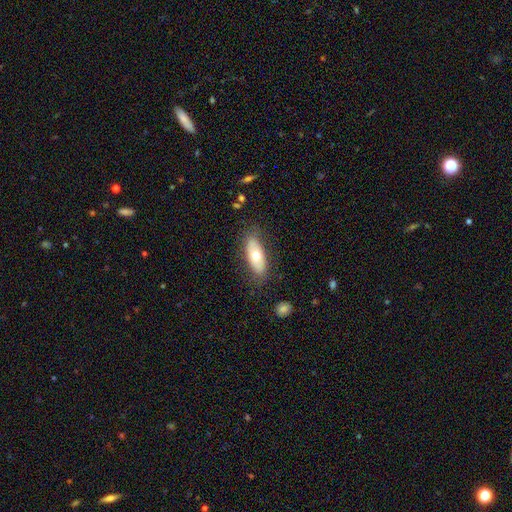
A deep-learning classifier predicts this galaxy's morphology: smooth_or_featured: smooth (p=0.60) [alt: featured or disk p=0.33]
how_rounded: in between (p=0.81) [alt: cigar-shaped p=0.16]
merging: none (p=0.81) [alt: minor disturbance p=0.14]